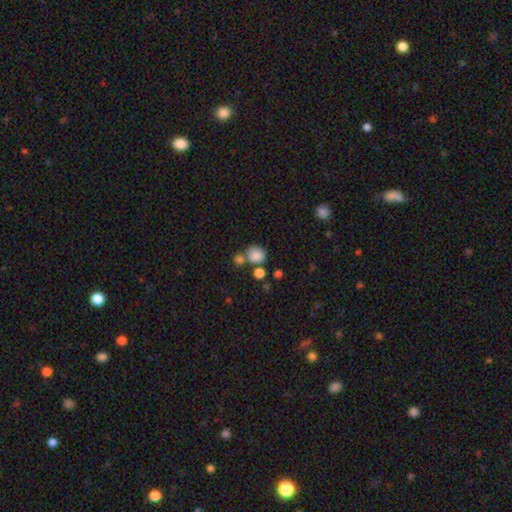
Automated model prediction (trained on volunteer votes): Smooth or featured? smooth (82%)
How rounded? round (74%)
Merging? none (52%)